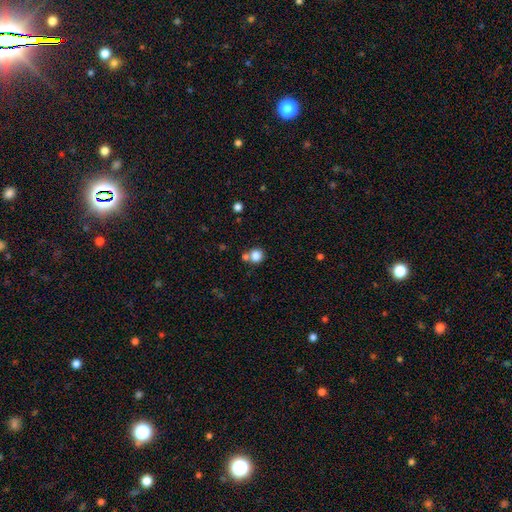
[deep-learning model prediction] Smooth or featured: smooth — 83% (star or artifact — 11%)
How rounded: round — 90% (in between — 9%)
Merging: none — 62% (merger — 27%)